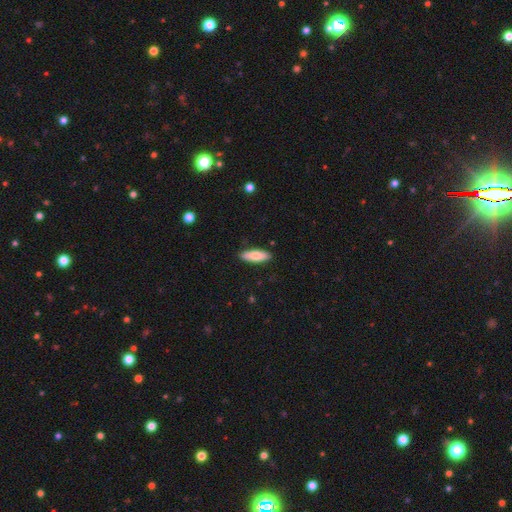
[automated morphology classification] The model was most divided on "how rounded": in between: 52%, cigar-shaped: 46%, round: 2%. More confident: merging — none (89%); smooth or featured — smooth (79%).